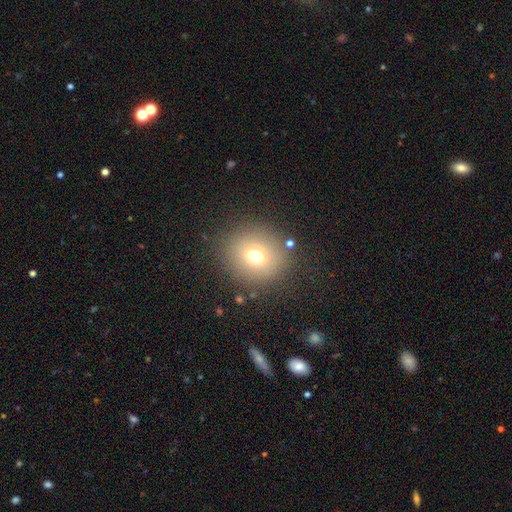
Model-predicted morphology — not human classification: type=smooth (70%); roundness=round (86%); merging=none (83%).